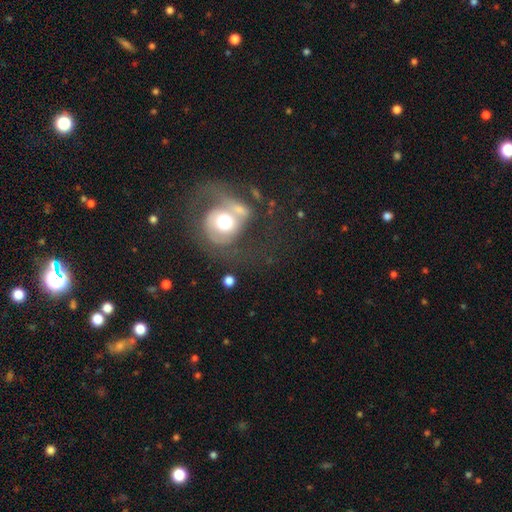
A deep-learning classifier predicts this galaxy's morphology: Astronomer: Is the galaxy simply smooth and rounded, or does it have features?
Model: featured or disk — 69%.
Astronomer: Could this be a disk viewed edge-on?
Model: no — 97%.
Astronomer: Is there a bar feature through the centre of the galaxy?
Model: no — 57%.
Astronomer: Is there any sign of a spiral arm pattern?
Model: yes — 80%.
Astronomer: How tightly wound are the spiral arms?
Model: medium — 45% (runner-up: loose, 34%).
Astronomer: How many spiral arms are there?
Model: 2 — 76%.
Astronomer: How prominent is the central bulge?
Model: moderate — 59%.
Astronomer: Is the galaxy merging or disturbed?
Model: none — 55%.